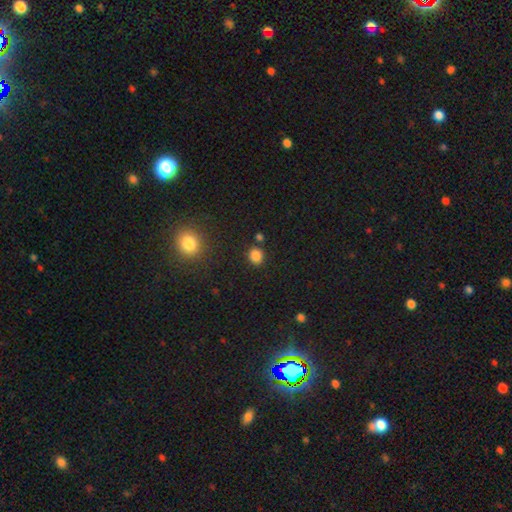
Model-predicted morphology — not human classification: smooth 83%, star or artifact 13%, featured or disk 4%. Down the decision tree: how rounded — round (75%); merging — none (82%).